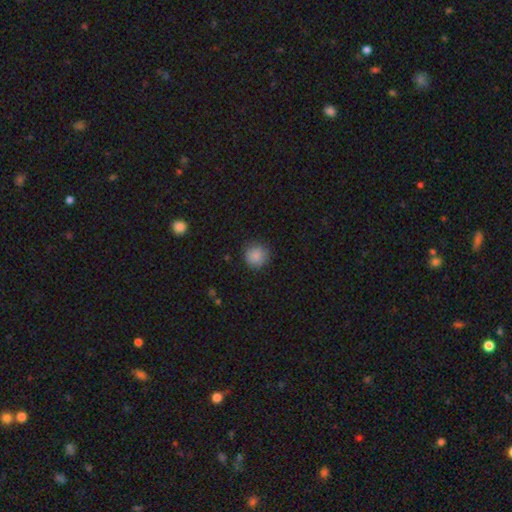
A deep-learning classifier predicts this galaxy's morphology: The model was most divided on "merging": none: 86%, minor disturbance: 10%, major disturbance: 3%, merger: 1%. More confident: how rounded — round (93%); smooth or featured — smooth (86%).